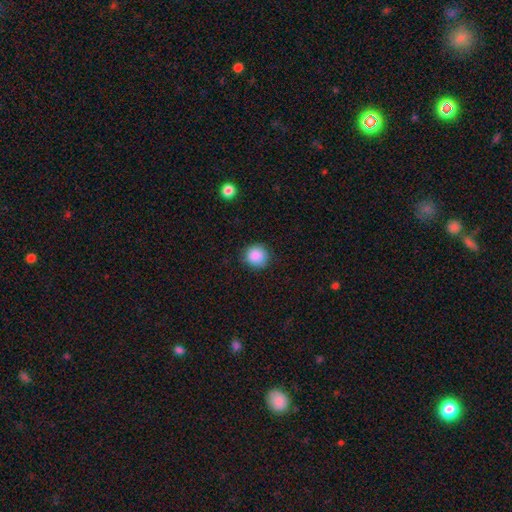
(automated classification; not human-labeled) The model was most divided on "merging": none: 88%, minor disturbance: 9%, major disturbance: 2%, merger: 1%. More confident: how rounded — round (92%); smooth or featured — smooth (88%).